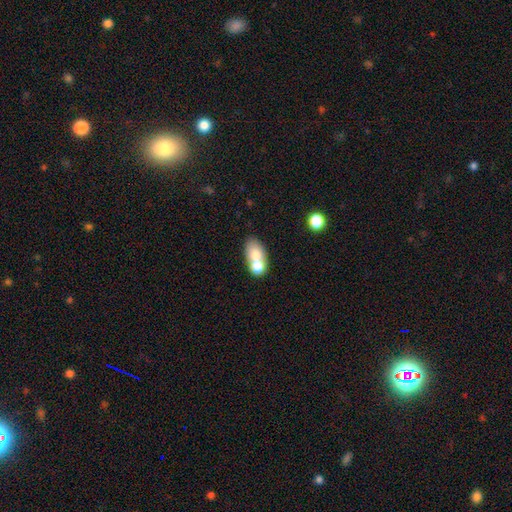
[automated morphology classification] A smooth galaxy with no disk features (69%) that is in between round and cigar-shaped (78%). Merging: merger (58%).